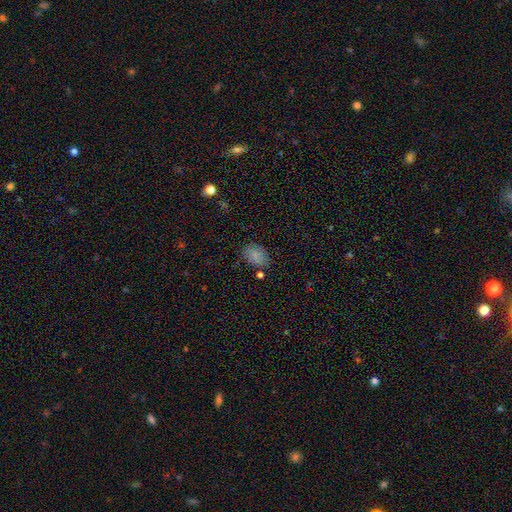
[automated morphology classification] smooth_or_featured: smooth (p=0.83) [alt: star or artifact p=0.10]
how_rounded: in between (p=0.82) [alt: round p=0.17]
merging: none (p=0.75) [alt: minor disturbance p=0.17]